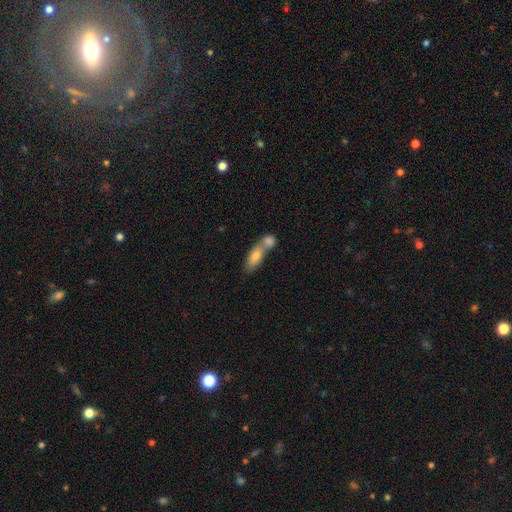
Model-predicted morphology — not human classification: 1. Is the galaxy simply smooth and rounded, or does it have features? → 75% smooth, 17% featured or disk, 7% star or artifact.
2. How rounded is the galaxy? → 74% in between, 20% cigar-shaped, 6% round.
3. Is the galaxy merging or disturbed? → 61% merger, 28% none, 8% minor disturbance, 3% major disturbance.